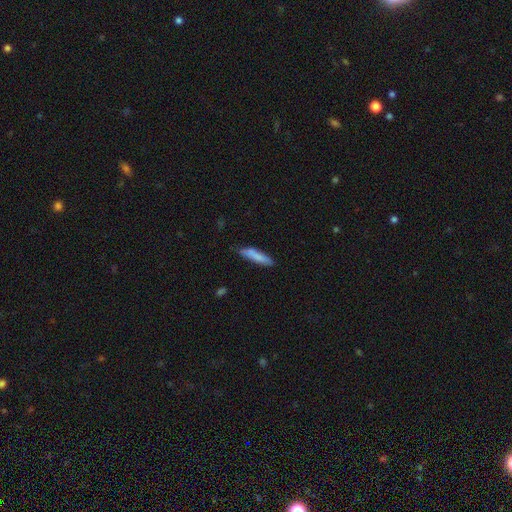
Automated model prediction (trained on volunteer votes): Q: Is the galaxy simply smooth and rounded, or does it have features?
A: smooth — 79%.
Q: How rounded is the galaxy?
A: cigar-shaped — 82%.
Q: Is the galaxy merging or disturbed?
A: none — 74%.